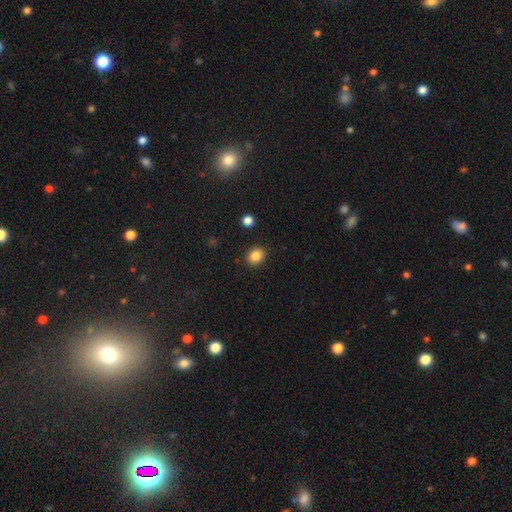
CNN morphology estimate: type=smooth (86%); roundness=round (52%); merging=none (89%).